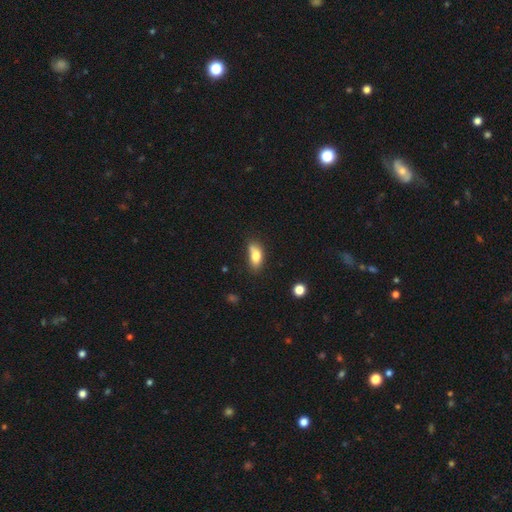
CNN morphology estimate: Overall: smooth (78%). How rounded: in between (85%). Merging: none (51%; minor disturbance 31%).